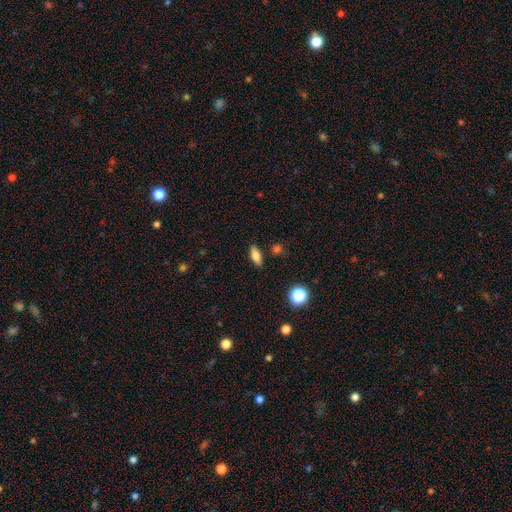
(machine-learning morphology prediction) smooth 76%, featured or disk 14%, star or artifact 10%. Down the decision tree: how rounded — in between (77%); merging — none (86%).